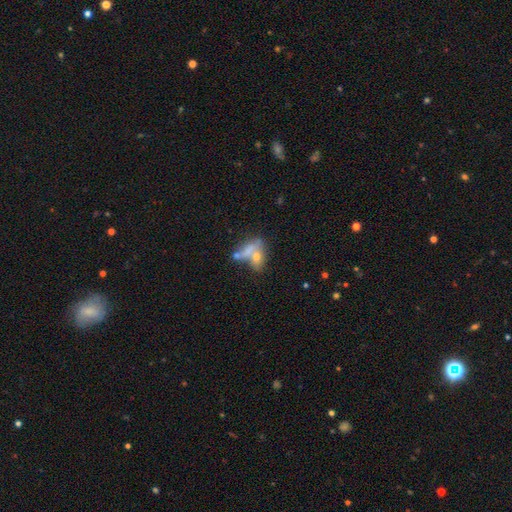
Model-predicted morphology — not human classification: This is marginally a smooth galaxy (40%). Merging: marginally merger (42%).